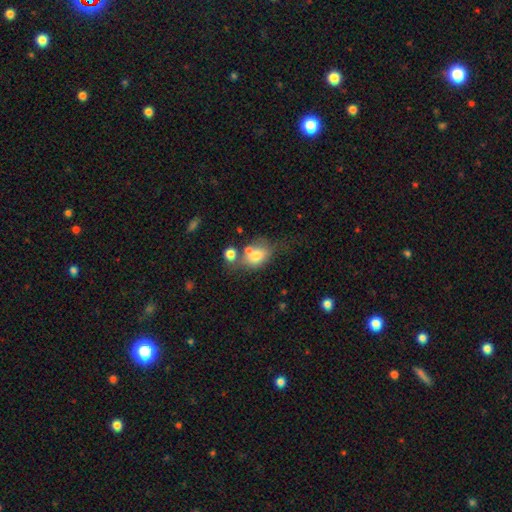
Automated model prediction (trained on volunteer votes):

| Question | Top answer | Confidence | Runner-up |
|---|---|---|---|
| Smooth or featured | smooth | 72% | featured or disk (17%) |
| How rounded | in between | 65% | round (34%) |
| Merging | none | 38% | merger (31%) |